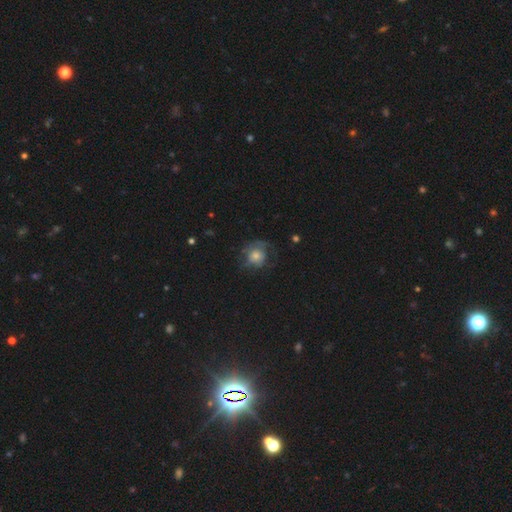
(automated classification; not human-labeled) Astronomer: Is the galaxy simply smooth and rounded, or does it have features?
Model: smooth — 51% (runner-up: featured or disk, 37%).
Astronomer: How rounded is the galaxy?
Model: round — 81%.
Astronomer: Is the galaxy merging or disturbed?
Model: none — 58%.